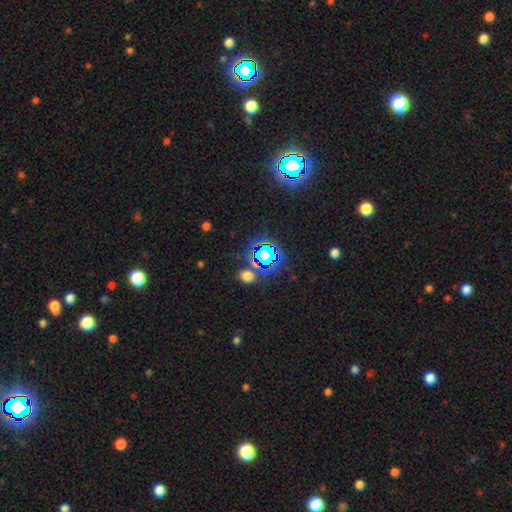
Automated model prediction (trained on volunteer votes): Smooth or featured?
  - star or artifact: 79% *
  - smooth: 14%
  - featured or disk: 7%